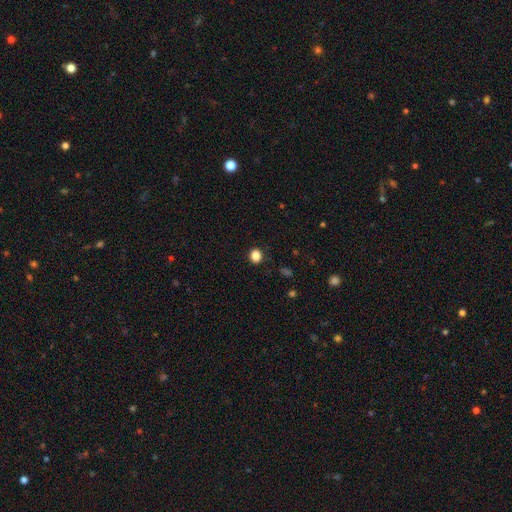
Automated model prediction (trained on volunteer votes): Morphology: type=smooth (86%); roundness=round (71%); merging=none (89%).